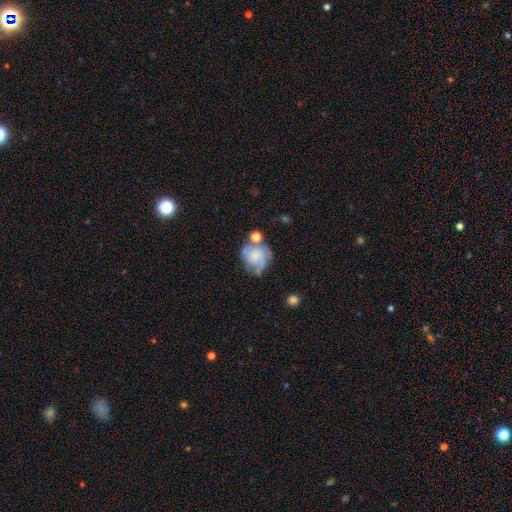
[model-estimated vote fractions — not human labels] This is possibly a featured or disk galaxy (53%). It is clearly not viewed edge-on (98%). Bar: likely no (77%). Spiral arm pattern: likely yes (77%). Central bulge: marginally small (40%). Merging: marginally none (43%).